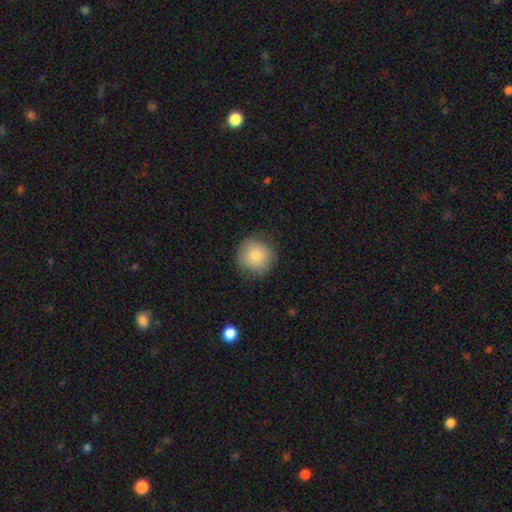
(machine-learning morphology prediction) This appears to be a smooth galaxy with no disk features (83%) that is round (93%). Merging: none (82%).